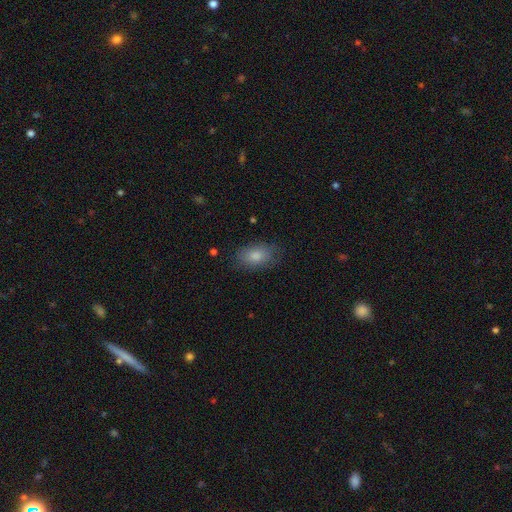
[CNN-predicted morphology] This appears to be a smooth galaxy with no disk features (83%) that is in between round and cigar-shaped (90%). Merging: none (78%).